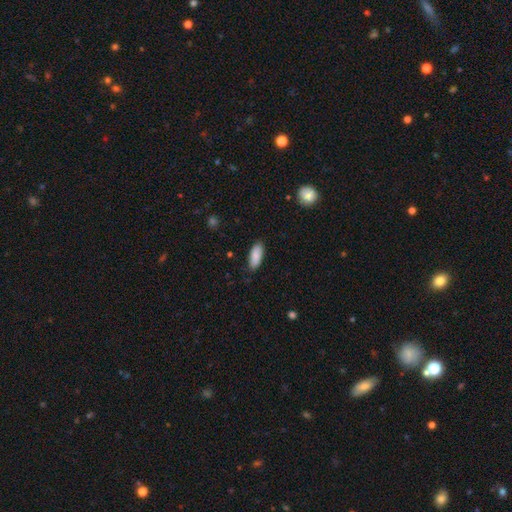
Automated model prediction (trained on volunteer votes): This is clearly a smooth galaxy (88%). How rounded: clearly in between (81%). Merging: clearly none (85%).